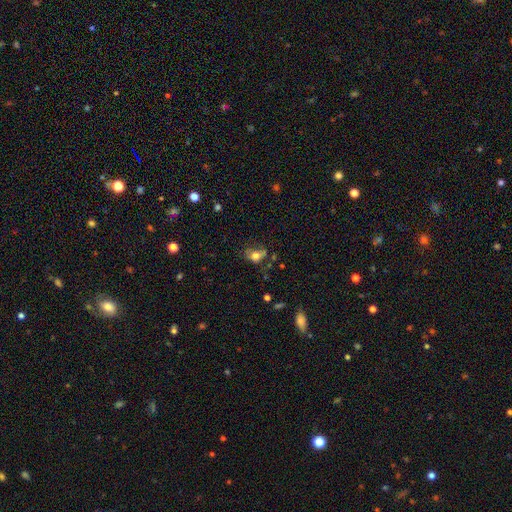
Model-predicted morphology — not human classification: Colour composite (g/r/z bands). It shows a smooth galaxy with no disk features (69%) that is in between round and cigar-shaped (69%). Merging: none (36%).